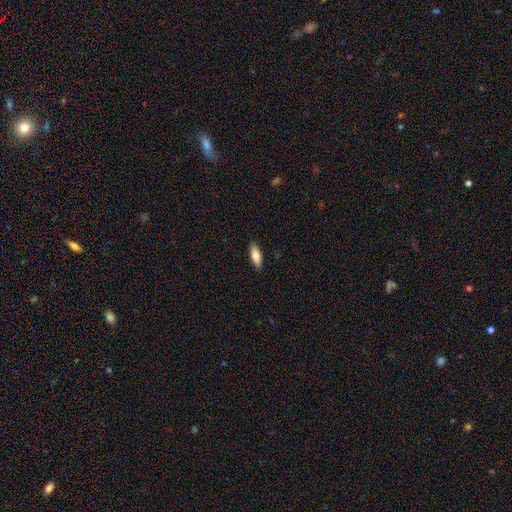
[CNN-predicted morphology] Smooth or featured: smooth — 79% (featured or disk — 15%)
How rounded: in between — 71% (cigar-shaped — 27%)
Merging: none — 89% (minor disturbance — 8%)